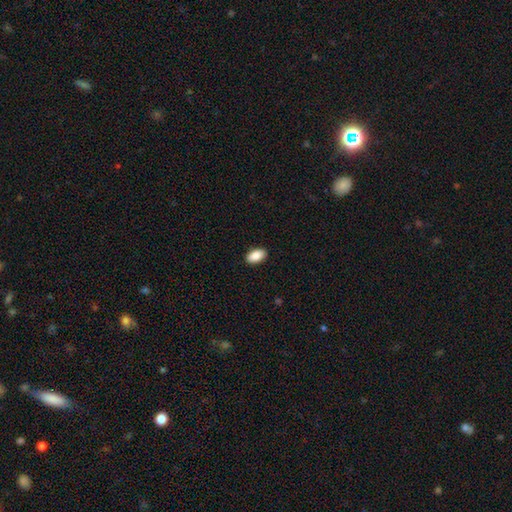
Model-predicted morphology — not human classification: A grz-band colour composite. It shows a smooth galaxy with no disk features (89%) that is in between round and cigar-shaped (94%). Merging: none (90%).